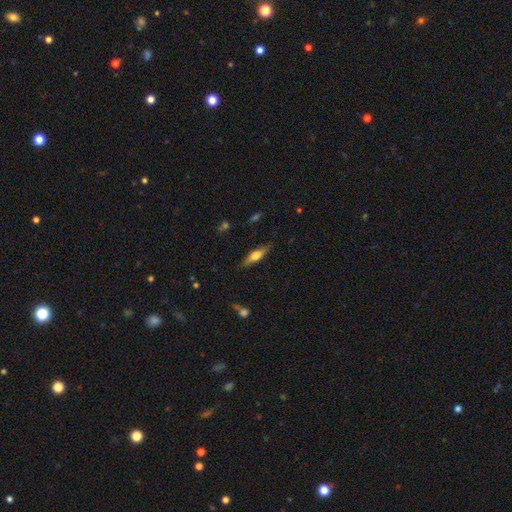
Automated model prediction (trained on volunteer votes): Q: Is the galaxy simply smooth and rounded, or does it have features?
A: smooth — 51%.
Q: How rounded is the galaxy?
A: cigar-shaped — 55%.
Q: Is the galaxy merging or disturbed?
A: none — 83%.